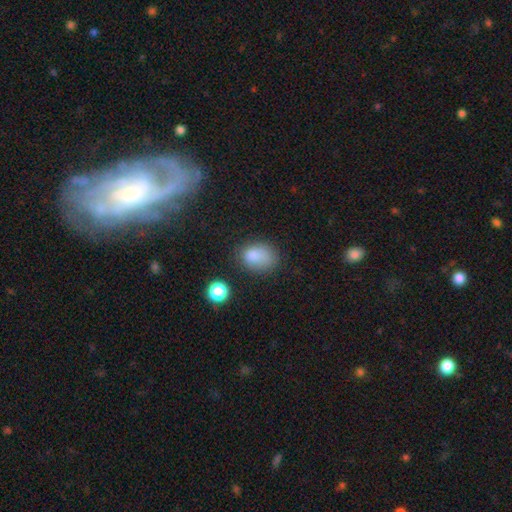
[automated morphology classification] This is clearly a smooth galaxy (81%). How rounded: likely in between (65%). Merging: likely none (63%).